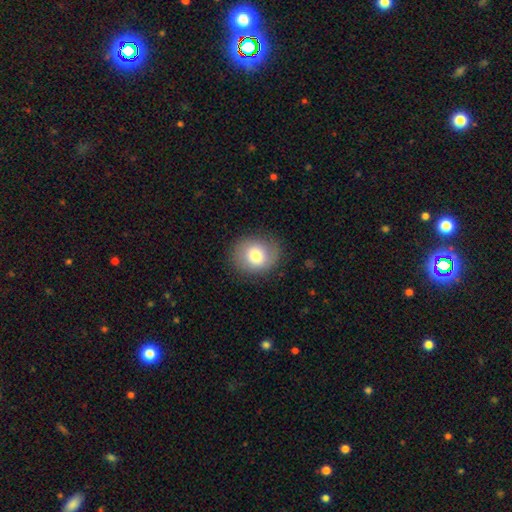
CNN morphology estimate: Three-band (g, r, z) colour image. It shows a smooth galaxy with no disk features (74%) that is round (71%). Merging: none (83%).